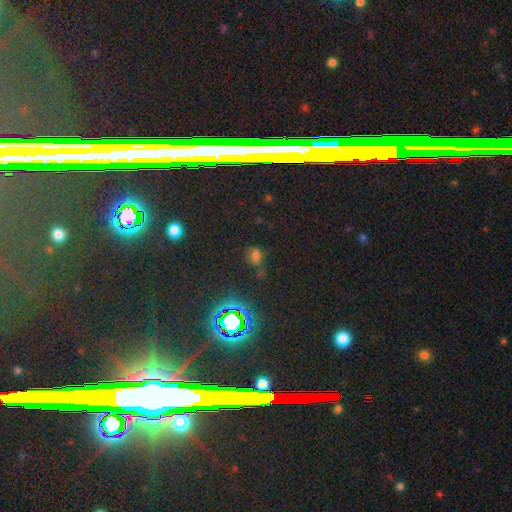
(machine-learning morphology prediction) smooth-or-featured: smooth: 47% | star or artifact: 44% | featured or disk: 9%
  merging: none: 59% | minor disturbance: 19% | major disturbance: 12% | merger: 10%